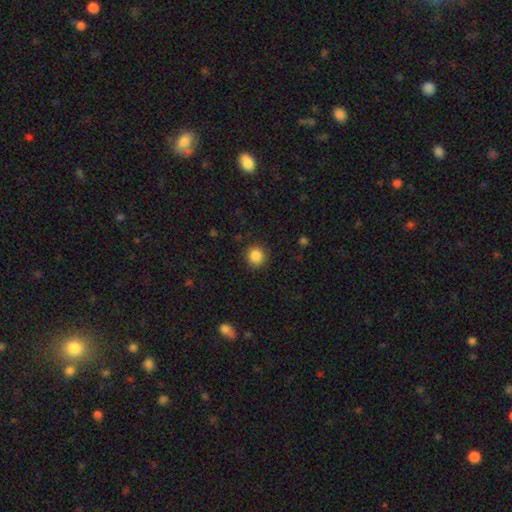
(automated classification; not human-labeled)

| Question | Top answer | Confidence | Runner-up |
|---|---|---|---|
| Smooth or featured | smooth | 86% | star or artifact (10%) |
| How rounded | round | 92% | in between (7%) |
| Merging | none | 90% | minor disturbance (6%) |